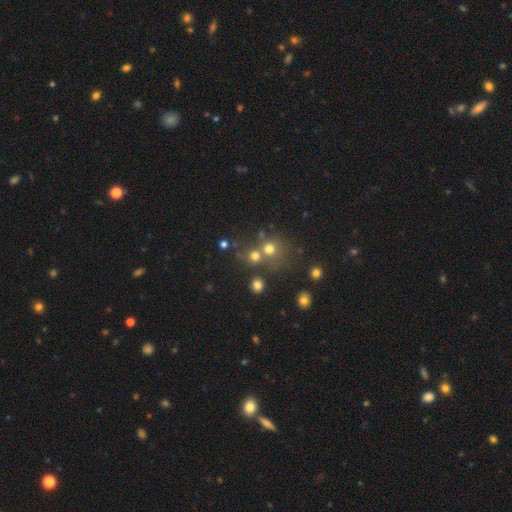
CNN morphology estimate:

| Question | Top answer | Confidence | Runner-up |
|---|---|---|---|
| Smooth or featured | smooth | 62% | star or artifact (25%) |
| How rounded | round | 86% | in between (13%) |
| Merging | none | 53% | merger (36%) |